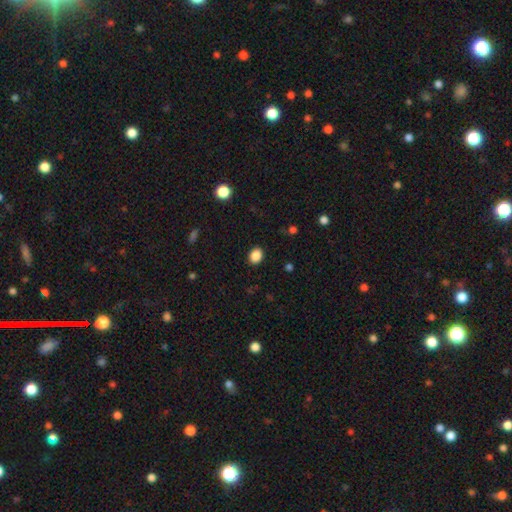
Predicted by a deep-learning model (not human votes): smooth_or_featured: smooth (p=0.87) [alt: star or artifact p=0.10]
how_rounded: in between (p=0.55) [alt: round p=0.44]
merging: none (p=0.90) [alt: minor disturbance p=0.07]